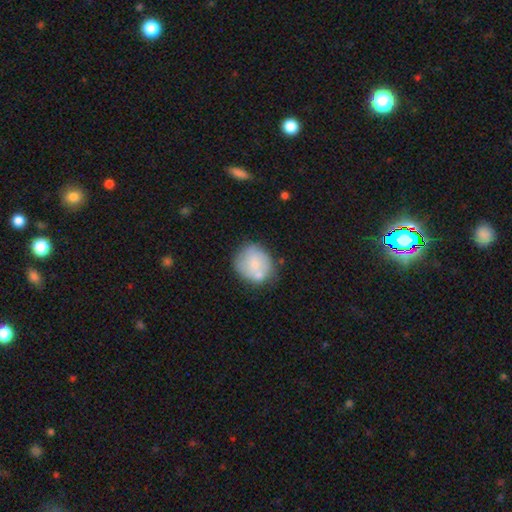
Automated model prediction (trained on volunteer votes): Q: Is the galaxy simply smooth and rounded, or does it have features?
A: smooth — 68%.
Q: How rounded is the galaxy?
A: round — 75%.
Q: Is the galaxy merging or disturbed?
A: none — 51%.